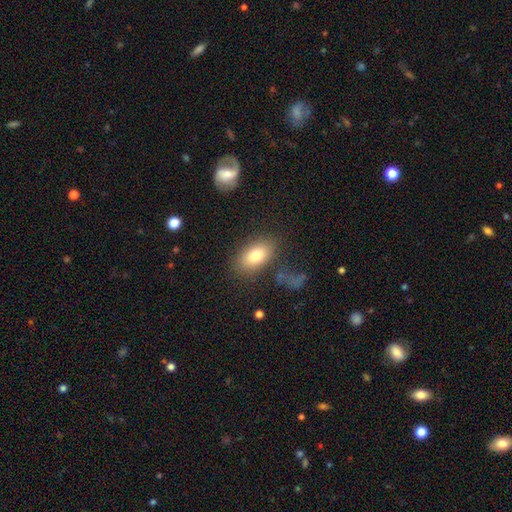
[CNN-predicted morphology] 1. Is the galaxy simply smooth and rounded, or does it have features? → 78% smooth, 13% featured or disk, 9% star or artifact.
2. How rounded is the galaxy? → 90% in between, 8% round, 3% cigar-shaped.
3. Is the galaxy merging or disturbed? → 78% none, 13% minor disturbance, 6% major disturbance, 4% merger.